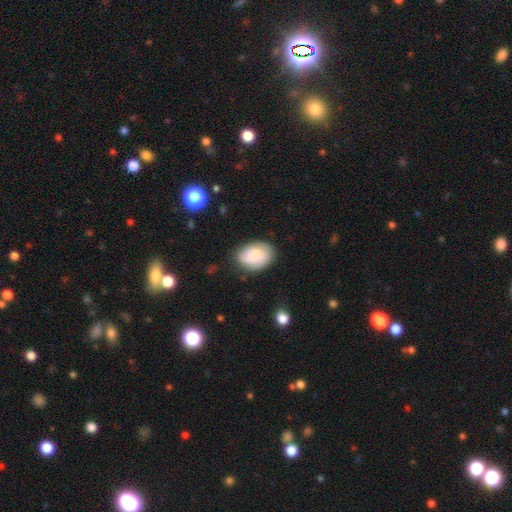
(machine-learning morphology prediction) Smooth or featured? Predicted: smooth (p=0.74). How rounded? Predicted: in between (p=0.79). Merging? Predicted: none (p=0.72).